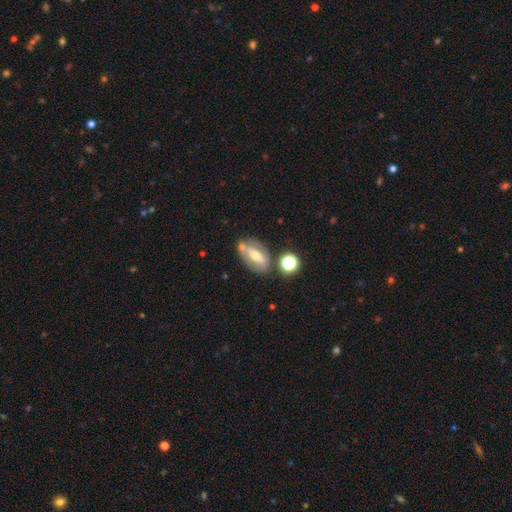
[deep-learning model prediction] featured or disk 55%, smooth 36%, star or artifact 9%. Down the decision tree: edge-on disk — no (80%); merging — none (62%).